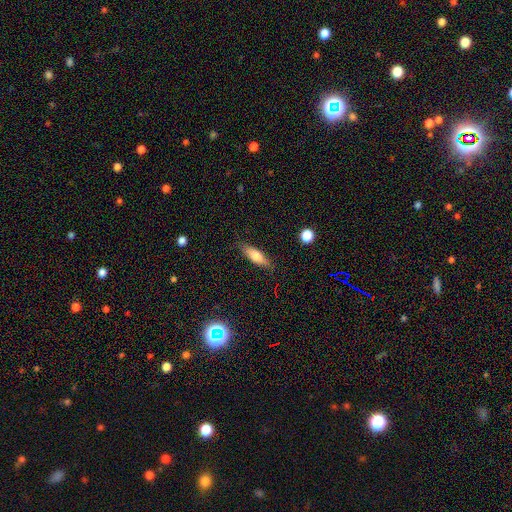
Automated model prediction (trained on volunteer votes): smooth_or_featured: smooth (p=0.70) [alt: featured or disk p=0.23]
how_rounded: in between (p=0.51) [alt: cigar-shaped p=0.47]
merging: none (p=0.83) [alt: minor disturbance p=0.13]